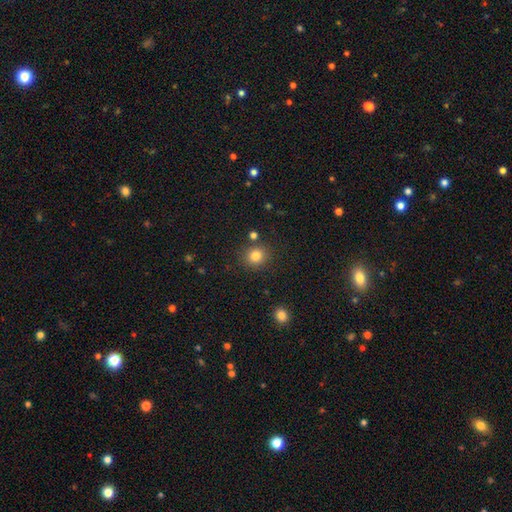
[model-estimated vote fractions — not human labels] smooth_or_featured: smooth (p=0.81) [alt: star or artifact p=0.13]
how_rounded: round (p=0.86) [alt: in between p=0.13]
merging: none (p=0.85) [alt: minor disturbance p=0.08]